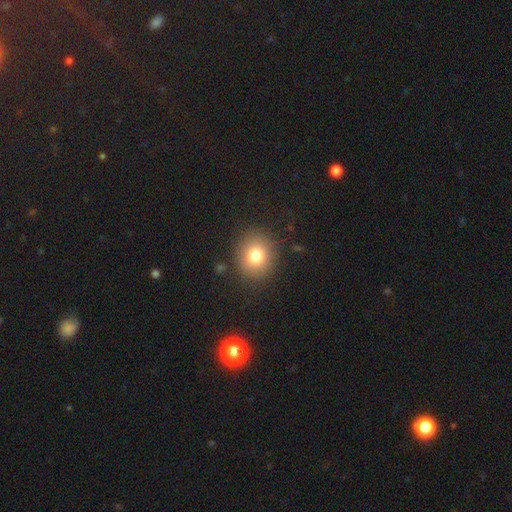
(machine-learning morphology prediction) The model was most divided on "how rounded": round: 77%, in between: 22%, cigar-shaped: 1%. More confident: merging — none (86%); smooth or featured — smooth (79%).